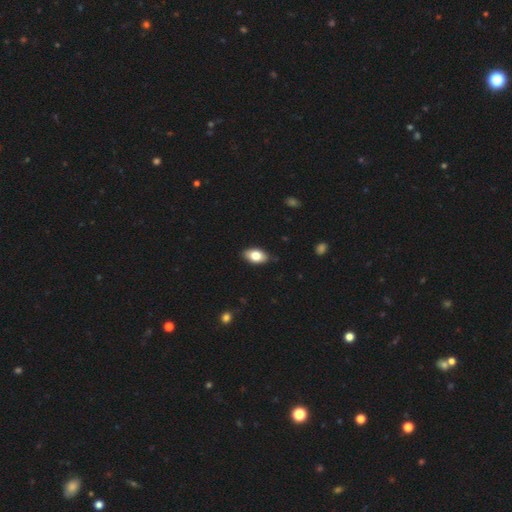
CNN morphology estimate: smooth-or-featured: smooth: 78% | featured or disk: 15% | star or artifact: 7%
  how-rounded: in between: 91% | round: 7% | cigar-shaped: 2%
  merging: none: 85% | minor disturbance: 12% | major disturbance: 2% | merger: 1%